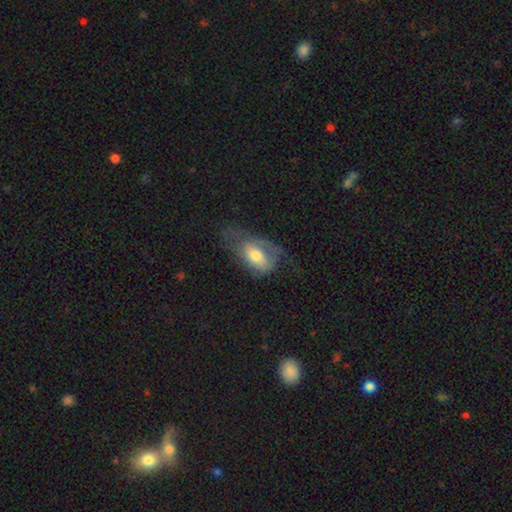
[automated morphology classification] type=featured or disk (48%); merging=major disturbance (38%).